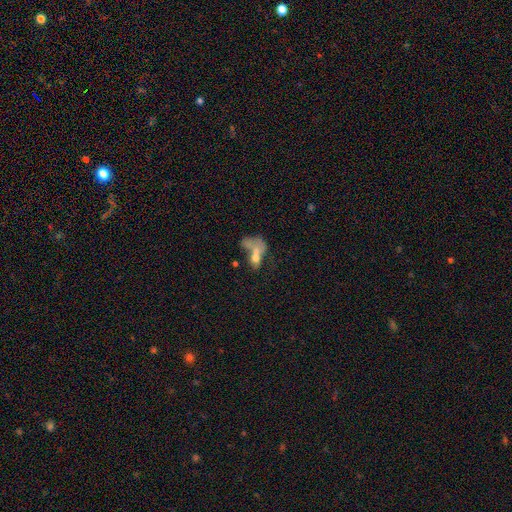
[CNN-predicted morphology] This is possibly a smooth galaxy (45%). Merging: possibly merger (48%).